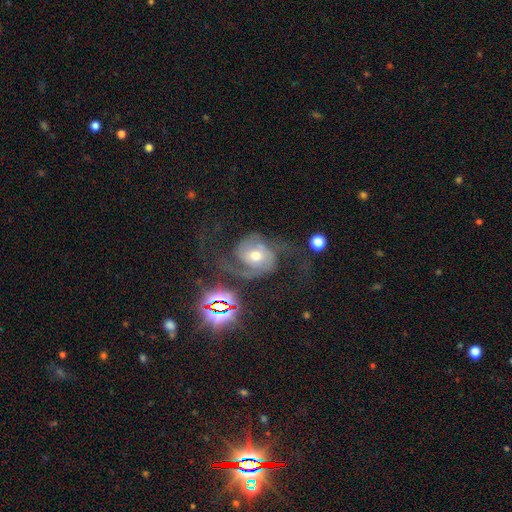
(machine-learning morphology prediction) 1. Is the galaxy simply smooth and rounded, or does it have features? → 80% featured or disk, 10% smooth, 10% star or artifact.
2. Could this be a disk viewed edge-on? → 97% no, 3% yes.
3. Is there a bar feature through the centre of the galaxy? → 62% no, 27% weak, 11% strong.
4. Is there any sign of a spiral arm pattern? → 94% yes, 6% no.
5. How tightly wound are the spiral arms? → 47% medium, 39% loose, 15% tight.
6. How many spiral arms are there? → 85% 2, 5% 1, 5% can't tell, 3% 3, 1% 4, 1% more than 4.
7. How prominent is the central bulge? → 63% moderate, 29% small, 5% large, 1% dominant, 1% none.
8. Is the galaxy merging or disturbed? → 51% none, 28% major disturbance, 17% minor disturbance, 4% merger.